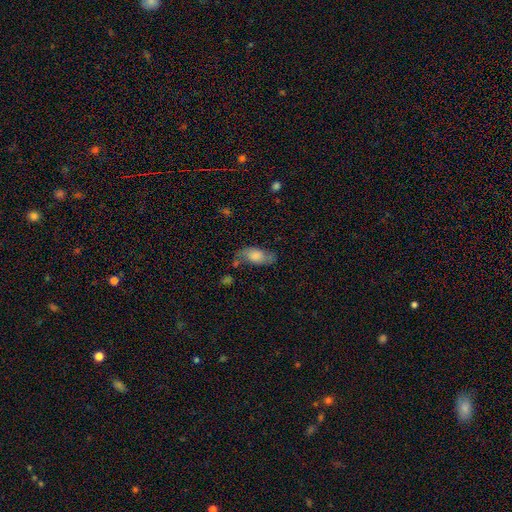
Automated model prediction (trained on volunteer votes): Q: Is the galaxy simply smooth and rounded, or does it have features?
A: smooth — 60%.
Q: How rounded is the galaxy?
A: in between — 87%.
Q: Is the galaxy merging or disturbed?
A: none — 58%.